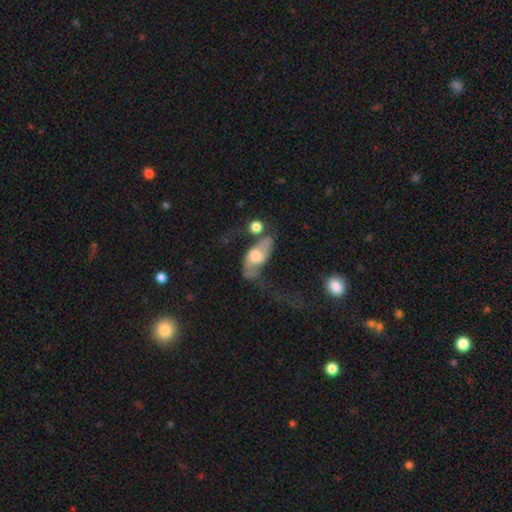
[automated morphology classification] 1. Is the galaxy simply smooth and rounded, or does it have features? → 53% featured or disk, 40% smooth, 7% star or artifact.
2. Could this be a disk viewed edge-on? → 82% no, 18% yes.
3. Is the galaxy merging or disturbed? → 30% none, 28% major disturbance, 24% merger, 18% minor disturbance.